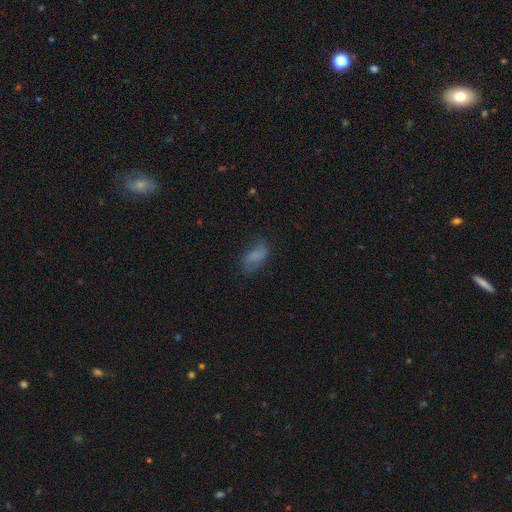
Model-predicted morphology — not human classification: This is likely a smooth galaxy (72%). How rounded: clearly in between (89%). Merging: likely none (65%).